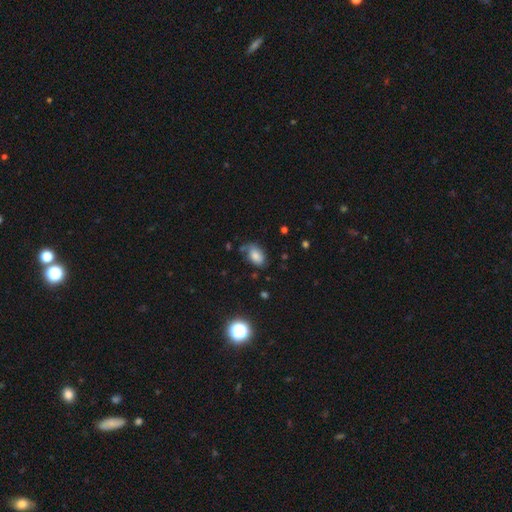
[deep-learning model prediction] smooth_or_featured: smooth (p=0.70) [alt: featured or disk p=0.19]
how_rounded: in between (p=0.88) [alt: round p=0.10]
merging: none (p=0.57) [alt: minor disturbance p=0.27]